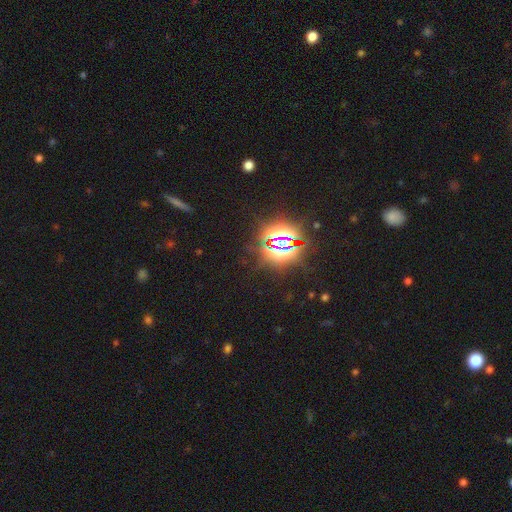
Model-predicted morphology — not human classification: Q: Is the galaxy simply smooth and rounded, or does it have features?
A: star or artifact — 84%.